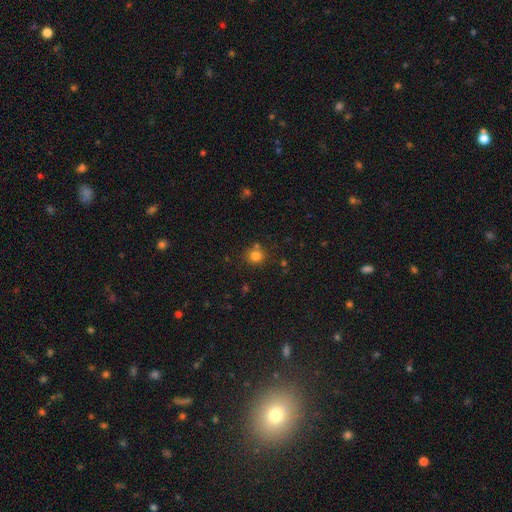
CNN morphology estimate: Smooth or featured?
  - smooth: 80% *
  - star or artifact: 14%
  - featured or disk: 7%
How rounded?
  - round: 86% *
  - in between: 13%
  - cigar-shaped: 1%
Merging?
  - none: 75% *
  - merger: 11%
  - minor disturbance: 11%
  - major disturbance: 3%